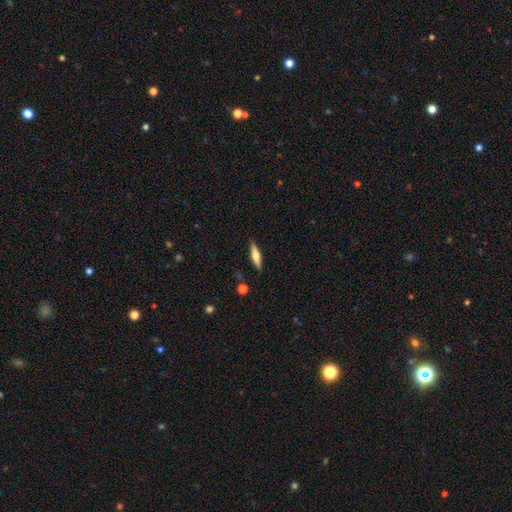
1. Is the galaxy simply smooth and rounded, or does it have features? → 52% featured or disk, 40% smooth, 8% star or artifact.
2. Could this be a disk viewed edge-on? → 95% yes, 5% no.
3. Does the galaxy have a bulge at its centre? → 95% rounded, 5% none, 0% boxy.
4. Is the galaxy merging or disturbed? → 86% none, 11% minor disturbance, 3% merger, 0% major disturbance.